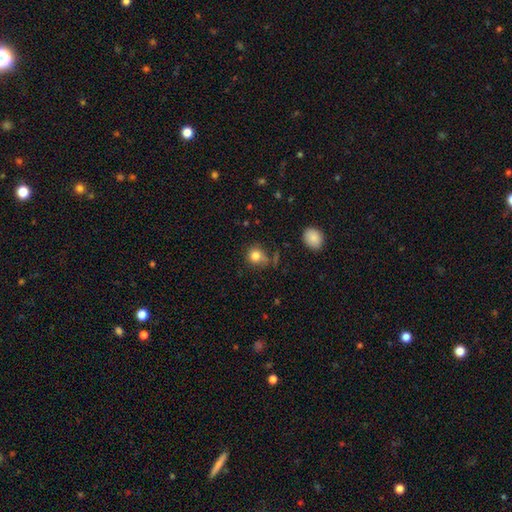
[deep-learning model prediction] A smooth galaxy with no disk features (82%) that is round (81%). Merging: none (65%).